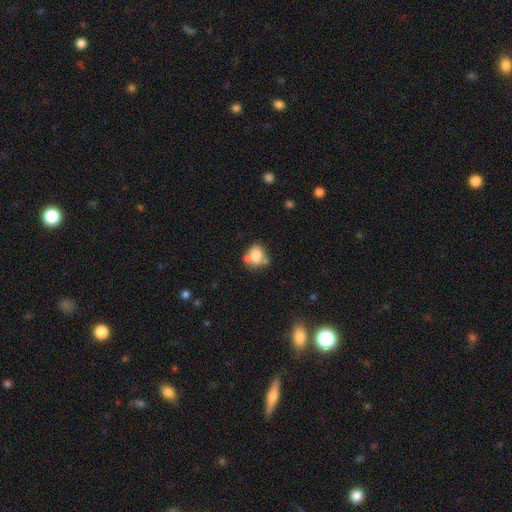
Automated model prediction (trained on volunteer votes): This is likely a smooth galaxy (76%). How rounded: possibly round (56%). Merging: possibly none (47%).